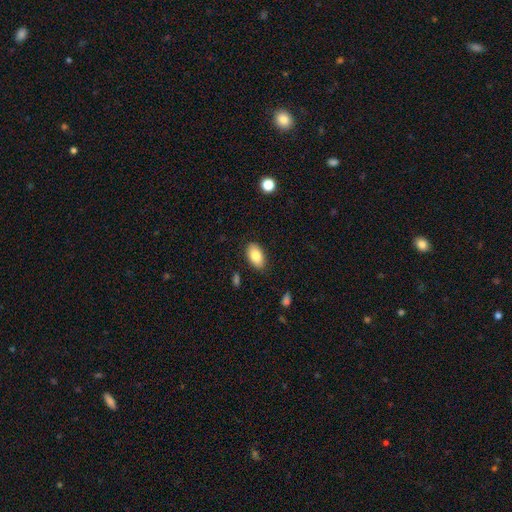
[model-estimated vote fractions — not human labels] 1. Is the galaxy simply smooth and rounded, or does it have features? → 83% smooth, 10% featured or disk, 7% star or artifact.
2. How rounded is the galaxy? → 94% in between, 4% round, 2% cigar-shaped.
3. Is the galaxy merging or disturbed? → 86% none, 10% minor disturbance, 2% major disturbance, 1% merger.